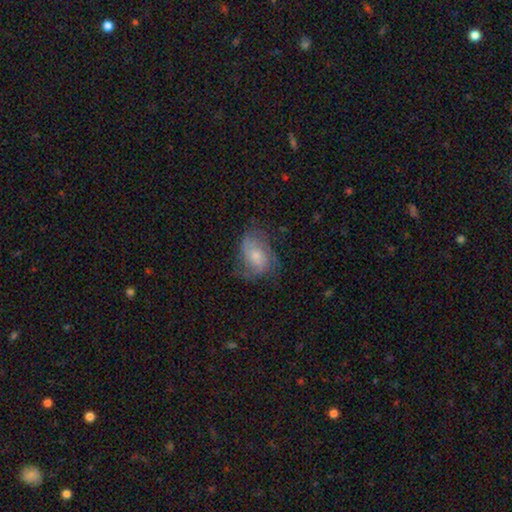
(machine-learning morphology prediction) Overall: featured or disk (62%; smooth 30%). Edge-on disk: no (97%). Bar: no (73%). Spiral arms: yes (86%). Spiral arm count: 2 (42%; can't tell 30%). Spiral winding: medium (44%; tight 35%). Bulge size: small (52%; moderate 39%). Merging: none (57%; minor disturbance 26%).